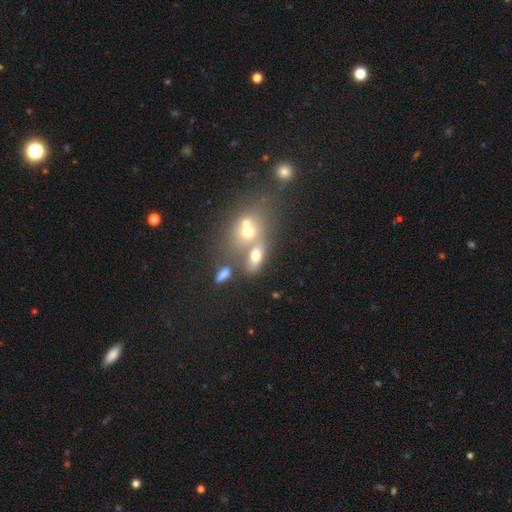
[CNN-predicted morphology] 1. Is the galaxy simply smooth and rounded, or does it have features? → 63% smooth, 22% featured or disk, 15% star or artifact.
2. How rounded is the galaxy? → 67% in between, 27% round, 6% cigar-shaped.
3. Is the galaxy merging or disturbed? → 47% merger, 37% none, 10% minor disturbance, 7% major disturbance.